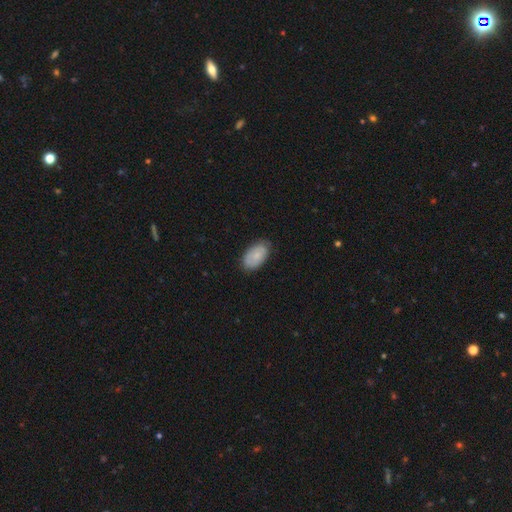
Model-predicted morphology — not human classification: smooth 71%, featured or disk 23%, star or artifact 6%. Down the decision tree: how rounded — in between (93%); merging — none (78%).